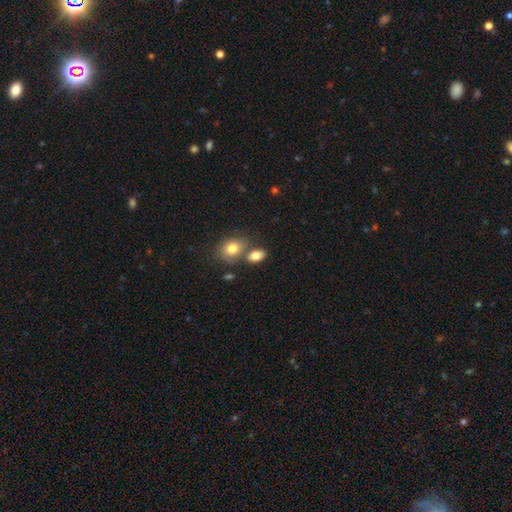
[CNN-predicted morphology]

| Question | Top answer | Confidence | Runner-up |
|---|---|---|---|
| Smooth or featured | smooth | 81% | featured or disk (10%) |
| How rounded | in between | 84% | round (14%) |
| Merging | none | 56% | merger (28%) |